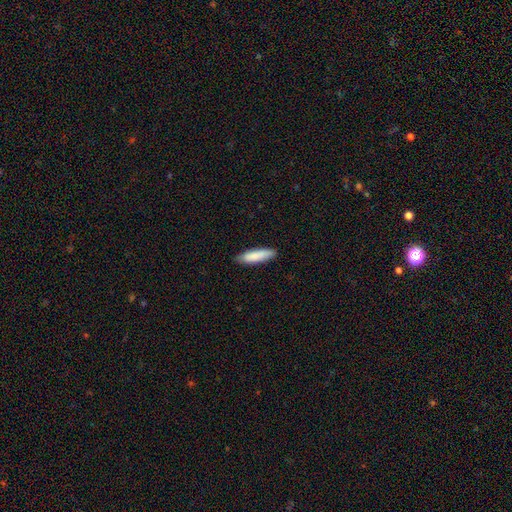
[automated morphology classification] smooth-or-featured: smooth: 85% | featured or disk: 9% | star or artifact: 6%
  how-rounded: cigar-shaped: 66% | in between: 33% | round: 1%
  merging: none: 84% | minor disturbance: 13% | major disturbance: 2% | merger: 1%